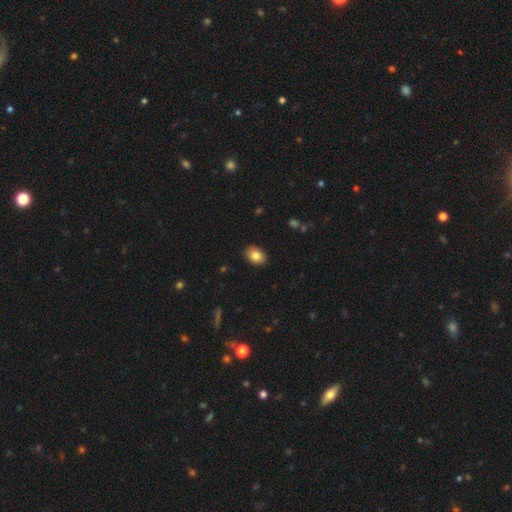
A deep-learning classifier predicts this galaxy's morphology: Smooth or featured? Predicted: smooth (p=0.84). How rounded? Predicted: in between (p=0.78). Merging? Predicted: none (p=0.88).